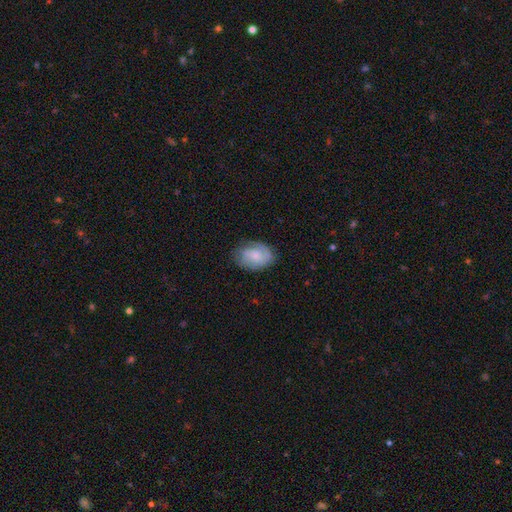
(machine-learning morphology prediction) A smooth galaxy with no disk features (48%).

Vote fractions:
- Smooth or featured? smooth: 48% / featured or disk: 45% / star or artifact: 7%
- Merging? none: 69% / minor disturbance: 22% / major disturbance: 8% / merger: 1%